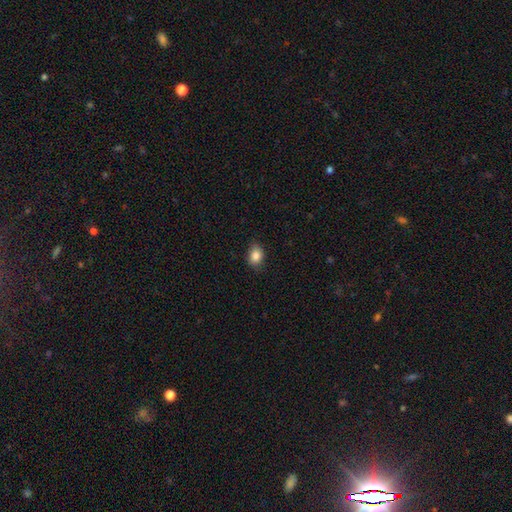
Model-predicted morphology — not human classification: Smooth or featured? smooth (86%)
How rounded? in between (67%)
Merging? none (81%)